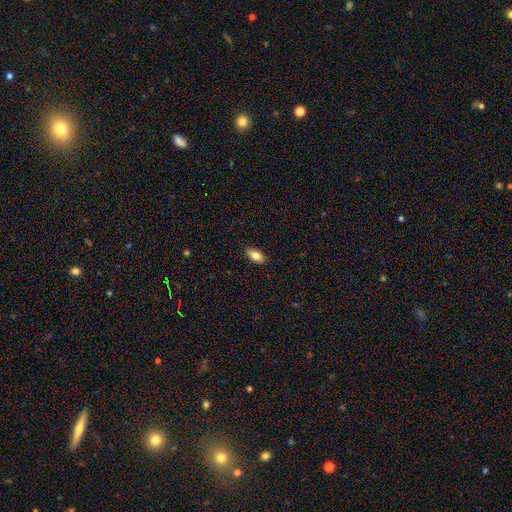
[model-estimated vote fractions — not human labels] This is clearly a smooth galaxy (83%). How rounded: clearly in between (91%). Merging: clearly none (87%).